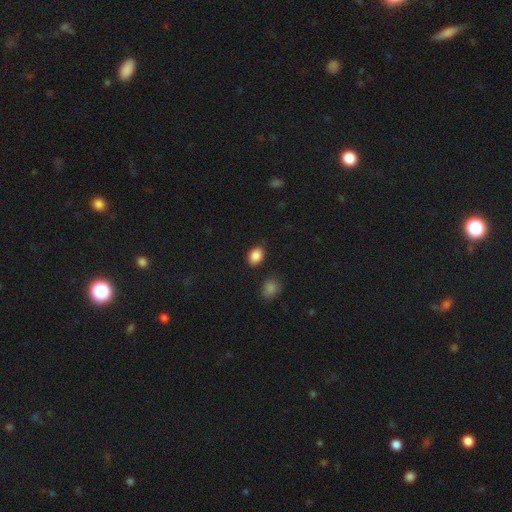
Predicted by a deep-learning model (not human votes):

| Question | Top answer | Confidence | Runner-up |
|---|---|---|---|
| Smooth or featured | smooth | 87% | star or artifact (9%) |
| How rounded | in between | 68% | round (31%) |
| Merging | none | 83% | minor disturbance (11%) |